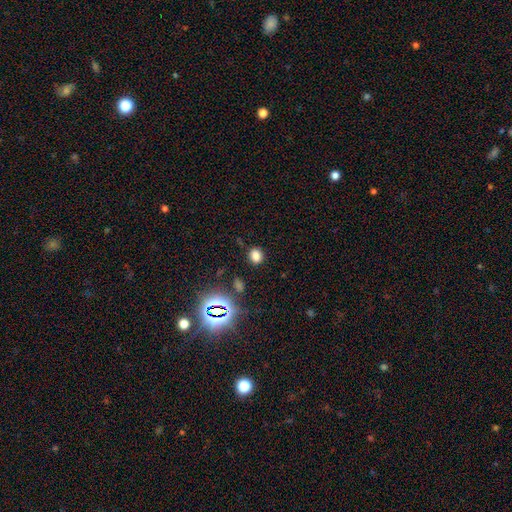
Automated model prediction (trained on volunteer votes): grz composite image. It shows a smooth galaxy with no disk features (73%) that is in between round and cigar-shaped (50%). Merging: none (85%).